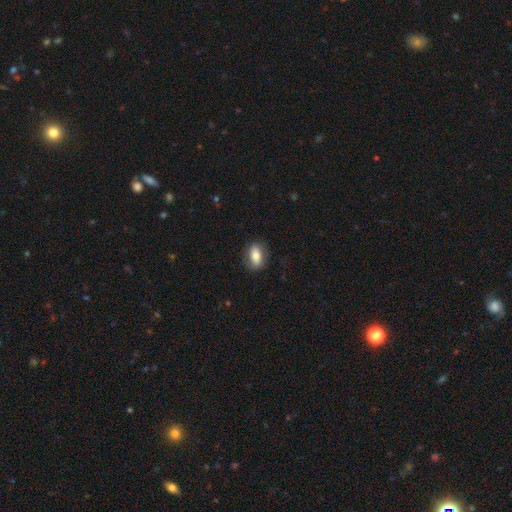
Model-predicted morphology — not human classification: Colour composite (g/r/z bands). It shows a smooth galaxy with no disk features (68%) that is in between round and cigar-shaped (85%). Merging: none (77%).